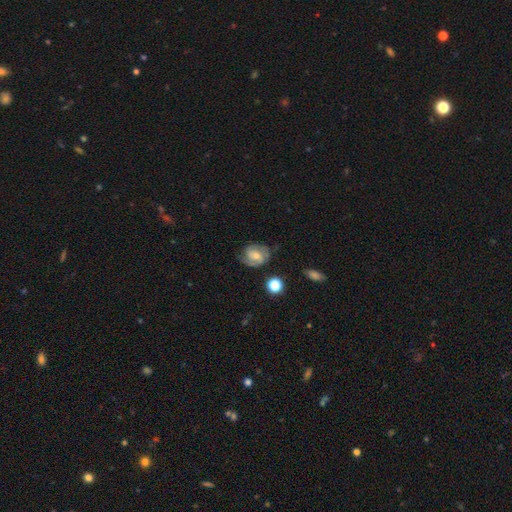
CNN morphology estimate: smooth_or_featured: featured or disk (p=0.67) [alt: smooth p=0.25]
disk_edge_on: no (p=0.97) [alt: yes p=0.03]
bar: no (p=0.45) [alt: weak p=0.43]
has_spiral_arms: yes (p=0.90) [alt: no p=0.10]
spiral_winding: tight (p=0.46) [alt: medium p=0.41]
spiral_arm_count: 2 (p=0.67) [alt: can't tell p=0.17]
bulge_size: moderate (p=0.48) [alt: small p=0.45]
merging: none (p=0.67) [alt: minor disturbance p=0.22]